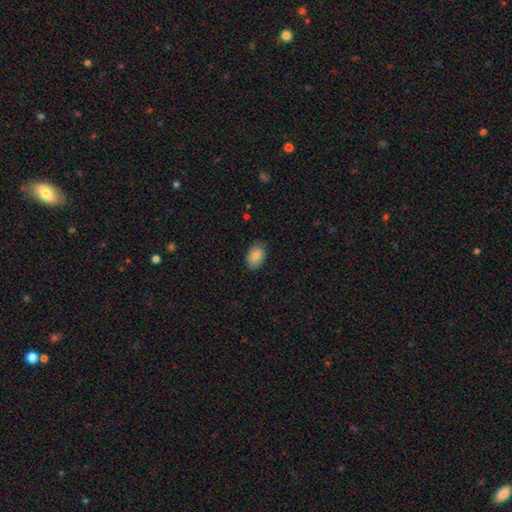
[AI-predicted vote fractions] Overall: smooth (86%). How rounded: in between (89%). Merging: none (83%).